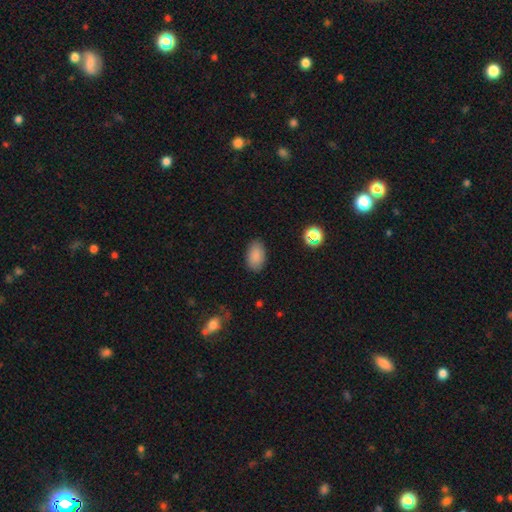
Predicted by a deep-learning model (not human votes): A smooth galaxy with no disk features (88%) that is in between round and cigar-shaped (92%).

Vote fractions:
- Smooth or featured? smooth: 88% / star or artifact: 8% / featured or disk: 4%
- How rounded? in between: 92% / round: 6% / cigar-shaped: 1%
- Merging? none: 86% / minor disturbance: 11% / major disturbance: 3% / merger: 1%